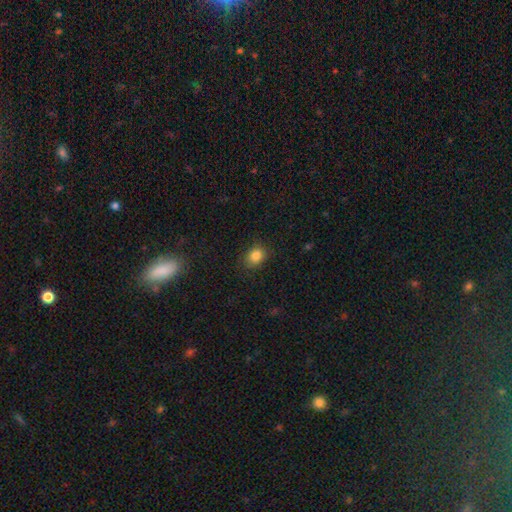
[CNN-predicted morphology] smooth_or_featured: smooth (p=0.85) [alt: star or artifact p=0.10]
how_rounded: in between (p=0.55) [alt: round p=0.44]
merging: none (p=0.84) [alt: minor disturbance p=0.12]